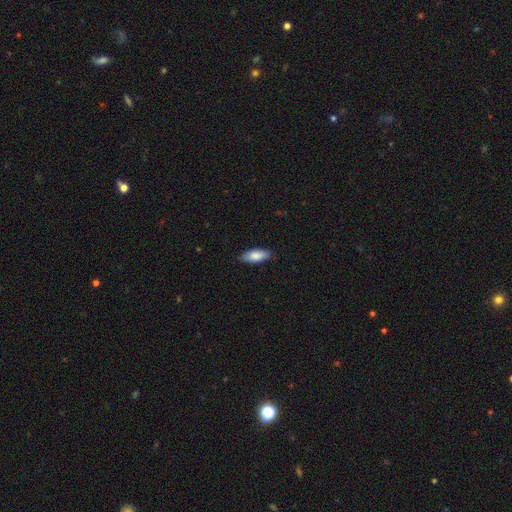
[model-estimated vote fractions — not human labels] Smooth or featured: smooth — 83% (featured or disk — 11%)
How rounded: in between — 78% (cigar-shaped — 20%)
Merging: none — 84% (minor disturbance — 13%)